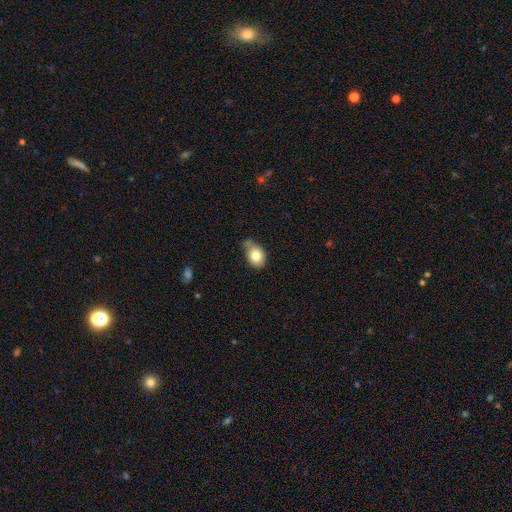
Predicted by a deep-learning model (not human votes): smooth_or_featured: smooth (p=0.80) [alt: featured or disk p=0.11]
how_rounded: in between (p=0.61) [alt: round p=0.38]
merging: none (p=0.45) [alt: minor disturbance p=0.37]